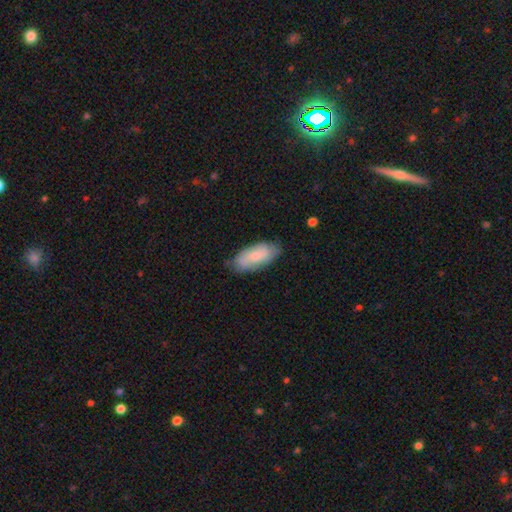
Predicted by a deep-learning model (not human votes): This is likely a smooth galaxy (69%). How rounded: clearly in between (87%). Merging: likely none (75%).